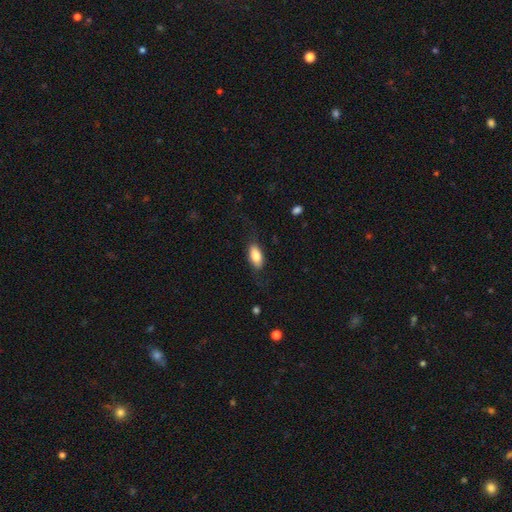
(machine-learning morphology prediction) Q: Smooth or featured?
A: smooth (81%); runner-up: featured or disk (13%)
Q: How rounded?
A: in between (89%); runner-up: cigar-shaped (8%)
Q: Merging?
A: none (74%); runner-up: minor disturbance (17%)